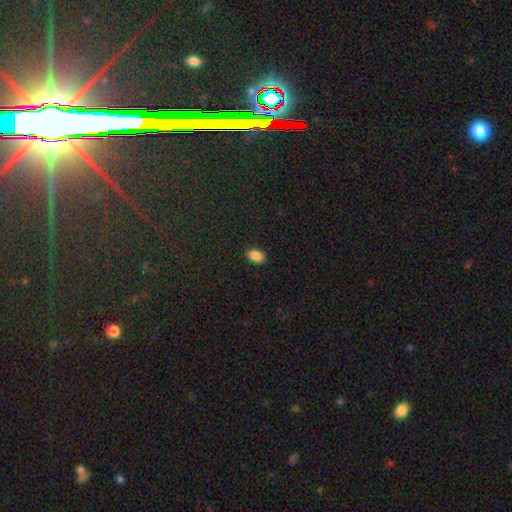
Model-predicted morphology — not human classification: Smooth or featured: smooth — 88% (star or artifact — 8%)
How rounded: in between — 91% (round — 7%)
Merging: none — 89% (minor disturbance — 8%)